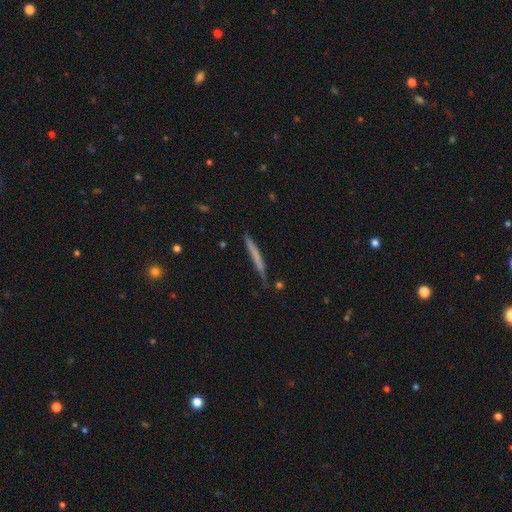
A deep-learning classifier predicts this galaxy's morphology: Overall: smooth (58%; featured or disk 35%). How rounded: cigar-shaped (97%). Merging: none (80%).